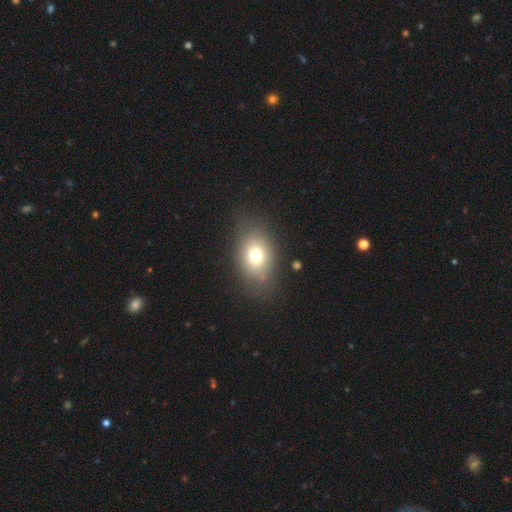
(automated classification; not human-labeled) Morphology: type=smooth (72%); roundness=in between (69%); merging=none (76%).